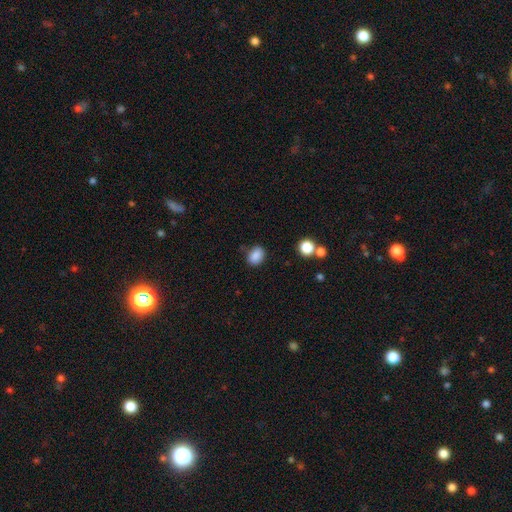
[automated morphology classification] Smooth or featured? Predicted: smooth (p=0.86). How rounded? Predicted: in between (p=0.54). Merging? Predicted: none (p=0.77).